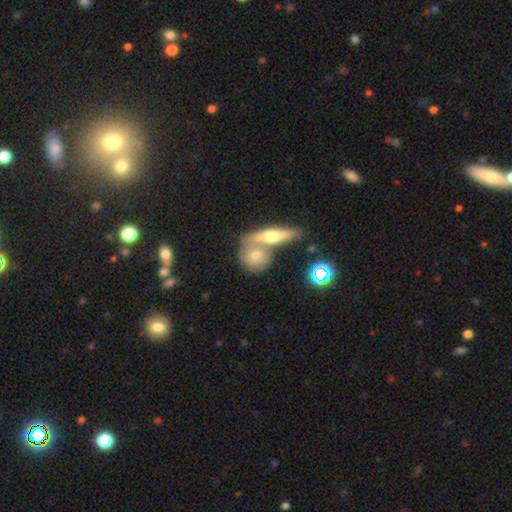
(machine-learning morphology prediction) Smooth or featured: smooth — 57% (featured or disk — 34%)
How rounded: round — 59% (in between — 28%)
Merging: none — 44% (merger — 43%)